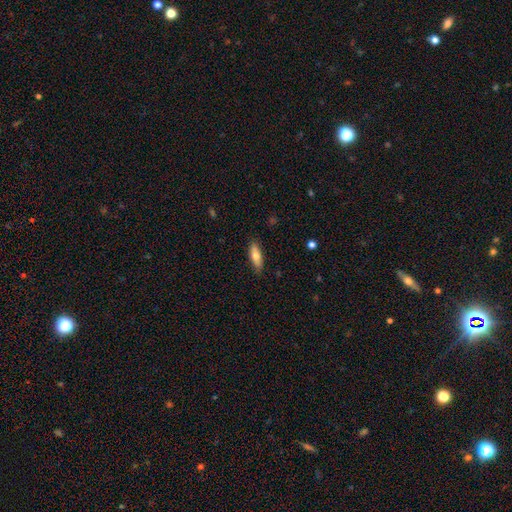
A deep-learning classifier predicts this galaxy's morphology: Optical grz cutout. It shows a smooth galaxy with no disk features (73%) that is in between round and cigar-shaped (54%). Merging: none (87%).